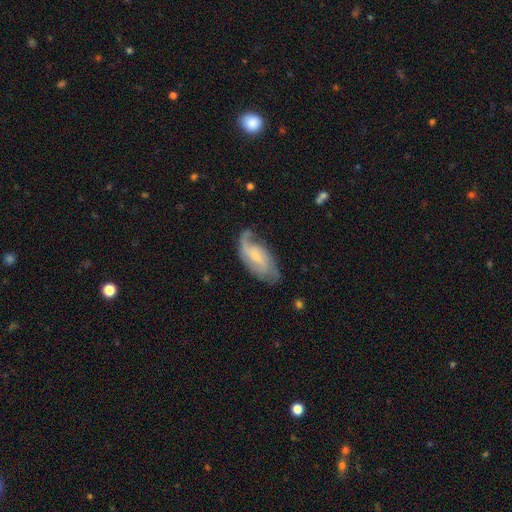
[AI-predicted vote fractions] A featured or disk galaxy (72%) with a weak bar (45%), 2 (49%) medium (43%) spiral arms (91%) and a small central bulge (63%).

Vote fractions:
- Smooth or featured? featured or disk: 72% / smooth: 22% / star or artifact: 6%
- Edge-on disk? no: 94% / yes: 6%
- Bar? weak: 45% / no: 41% / strong: 14%
- Spiral arms? yes: 91% / no: 9%
- Spiral winding? medium: 43% / loose: 29% / tight: 28%
- Spiral arm count? 2: 49% / 1: 21% / can't tell: 19% / 3: 7% / 4: 2% / more than 4: 2%
- Bulge size? small: 63% / moderate: 26% / none: 8% / large: 2% / dominant: 1%
- Merging? none: 57% / minor disturbance: 26% / major disturbance: 15% / merger: 2%